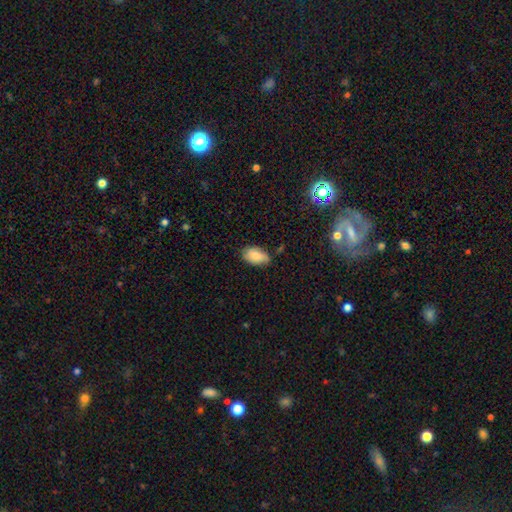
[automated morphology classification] The model was most divided on "merging": none: 70%, minor disturbance: 24%, major disturbance: 4%, merger: 2%. More confident: how rounded — in between (93%); smooth or featured — smooth (83%).